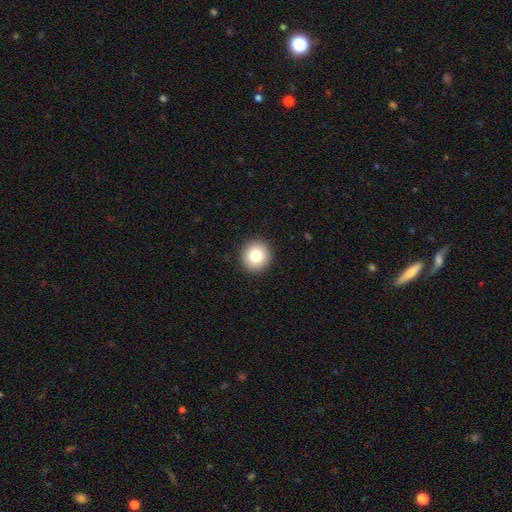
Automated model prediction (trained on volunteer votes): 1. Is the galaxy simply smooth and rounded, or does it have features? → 83% smooth, 9% star or artifact, 7% featured or disk.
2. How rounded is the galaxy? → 93% round, 6% in between, 1% cigar-shaped.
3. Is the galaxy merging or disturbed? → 93% none, 5% minor disturbance, 2% major disturbance, 1% merger.